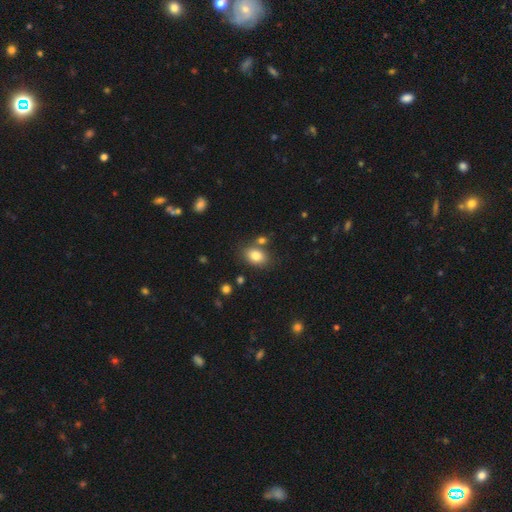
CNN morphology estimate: Smooth or featured? Predicted: smooth (p=0.82). How rounded? Predicted: in between (p=0.75). Merging? Predicted: none (p=0.74).